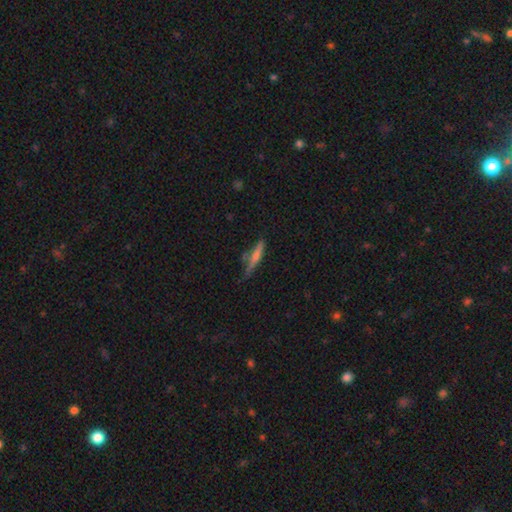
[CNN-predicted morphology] smooth 64%, featured or disk 29%, star or artifact 8%. Down the decision tree: how rounded — cigar-shaped (86%); merging — none (59%).